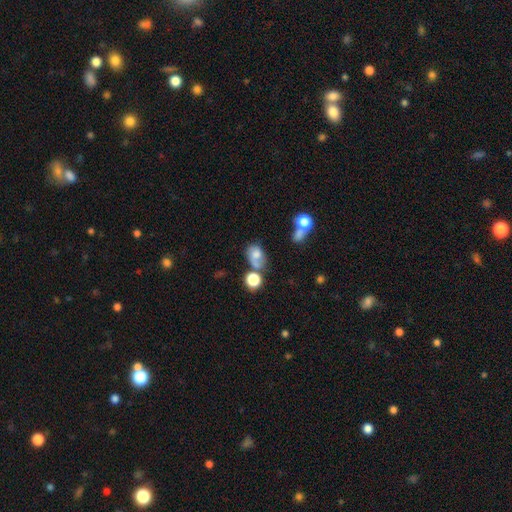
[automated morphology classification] smooth-or-featured: smooth: 59% | featured or disk: 27% | star or artifact: 13%
  how-rounded: in between: 67% | round: 32% | cigar-shaped: 2%
  merging: none: 36% | merger: 28% | minor disturbance: 21% | major disturbance: 15%